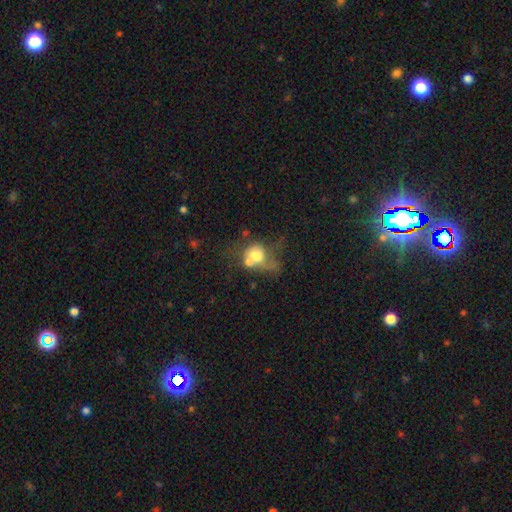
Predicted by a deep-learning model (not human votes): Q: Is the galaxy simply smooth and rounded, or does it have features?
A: smooth — 60%.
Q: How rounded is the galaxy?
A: round — 65%.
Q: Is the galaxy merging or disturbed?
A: merger — 47%.